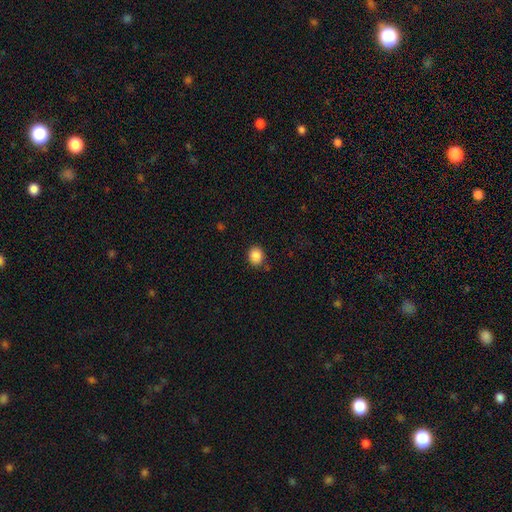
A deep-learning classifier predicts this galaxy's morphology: A smooth galaxy with no disk features (87%) that is round (69%).

Vote fractions:
- Smooth or featured? smooth: 87% / star or artifact: 9% / featured or disk: 4%
- How rounded? round: 69% / in between: 30% / cigar-shaped: 1%
- Merging? none: 83% / minor disturbance: 12% / major disturbance: 3% / merger: 2%